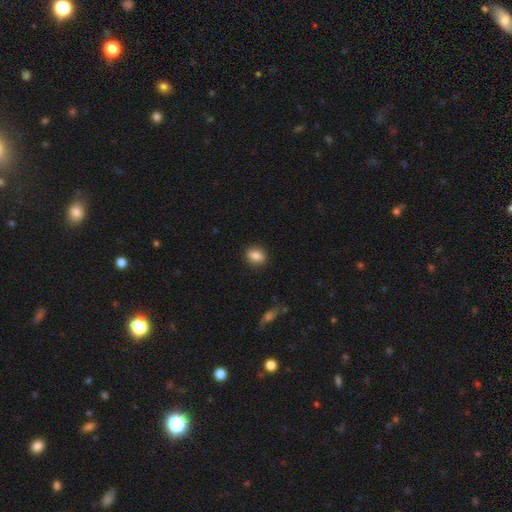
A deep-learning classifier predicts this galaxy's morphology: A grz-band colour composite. It shows a smooth galaxy with no disk features (84%) that is in between round and cigar-shaped (61%). Merging: none (87%).